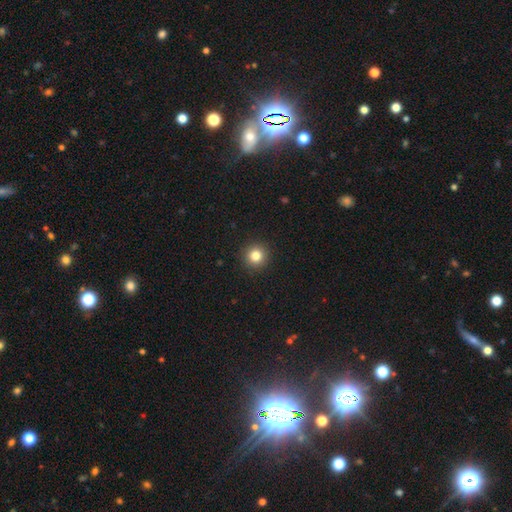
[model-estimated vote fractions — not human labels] The model was most divided on "smooth or featured": smooth: 82%, star or artifact: 12%, featured or disk: 6%. More confident: how rounded — round (95%); merging — none (93%).